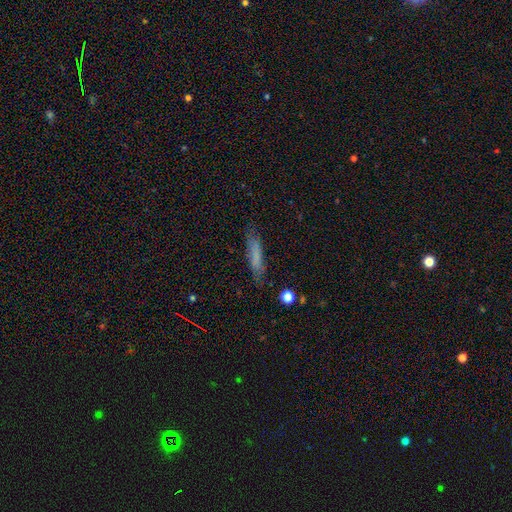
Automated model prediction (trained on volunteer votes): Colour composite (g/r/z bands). It shows a smooth galaxy with no disk features (69%) that is cigar-shaped (83%). Merging: none (77%).